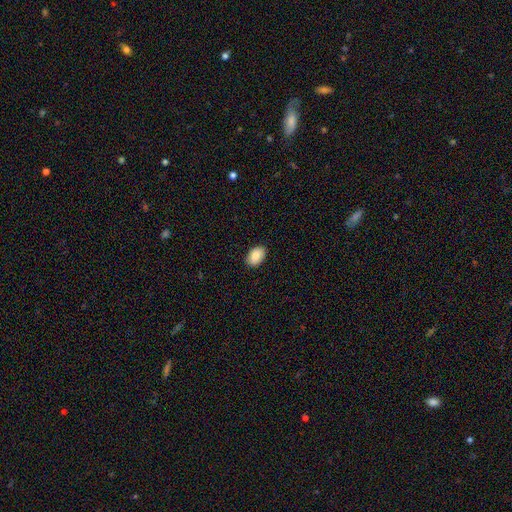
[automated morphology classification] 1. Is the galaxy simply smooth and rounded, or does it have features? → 87% smooth, 7% star or artifact, 6% featured or disk.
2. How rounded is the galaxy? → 90% in between, 9% round, 1% cigar-shaped.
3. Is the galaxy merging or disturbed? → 90% none, 8% minor disturbance, 2% major disturbance, 1% merger.